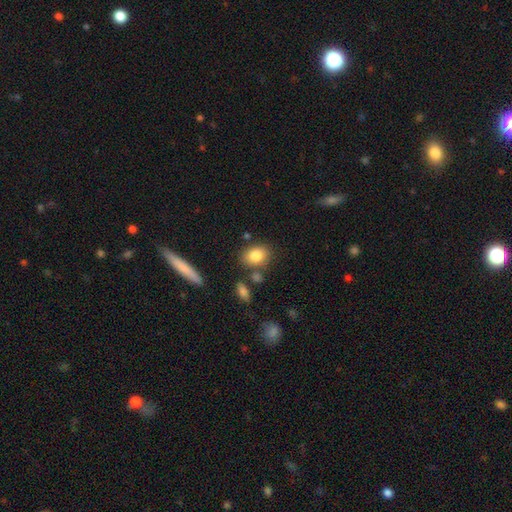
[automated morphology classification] type=smooth (83%); roundness=in between (65%); merging=none (75%).